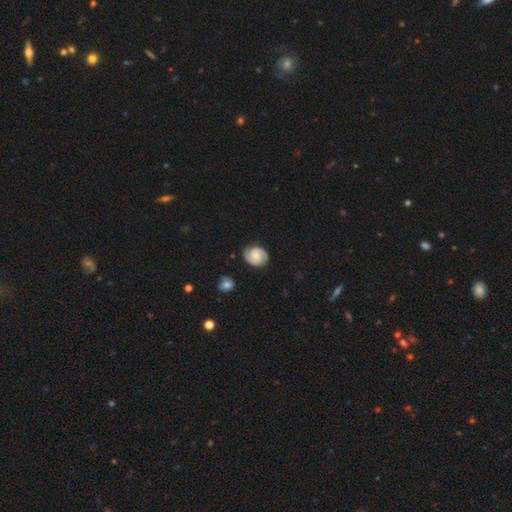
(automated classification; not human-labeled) Morphology: type=featured or disk (77%); edge-on=no (98%); bar=no (61%); spiral arms=yes (97%); winding=tight (54%); arm count=2 (90%); bulge=small (43%); merging=none (83%).